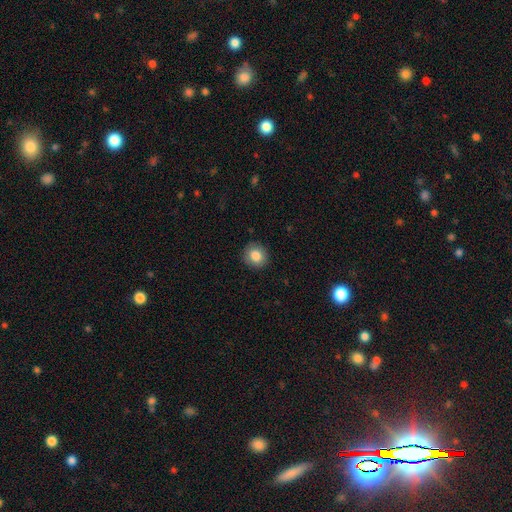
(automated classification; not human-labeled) smooth_or_featured: smooth (p=0.85) [alt: star or artifact p=0.09]
how_rounded: round (p=0.87) [alt: in between p=0.12]
merging: none (p=0.90) [alt: minor disturbance p=0.07]